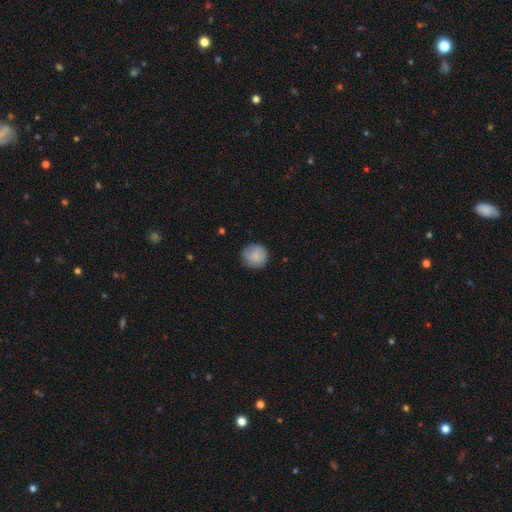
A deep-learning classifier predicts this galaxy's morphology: A smooth galaxy with no disk features (80%) that is round (92%).

Vote fractions:
- Smooth or featured? smooth: 80% / featured or disk: 13% / star or artifact: 7%
- How rounded? round: 92% / in between: 7% / cigar-shaped: 1%
- Merging? none: 78% / minor disturbance: 17% / major disturbance: 4% / merger: 1%